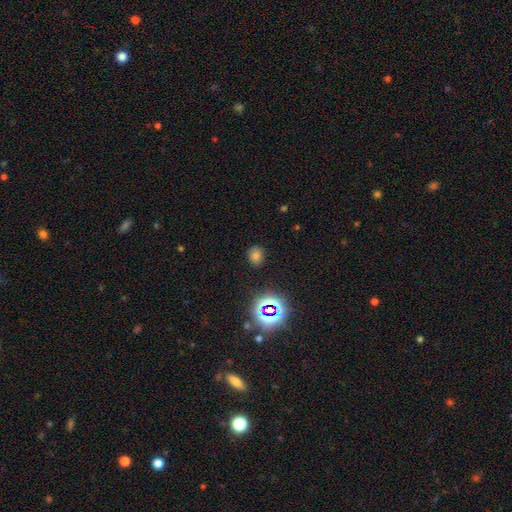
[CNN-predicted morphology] This appears to be a smooth galaxy with no disk features (64%) that is round (61%). Merging: none (86%).